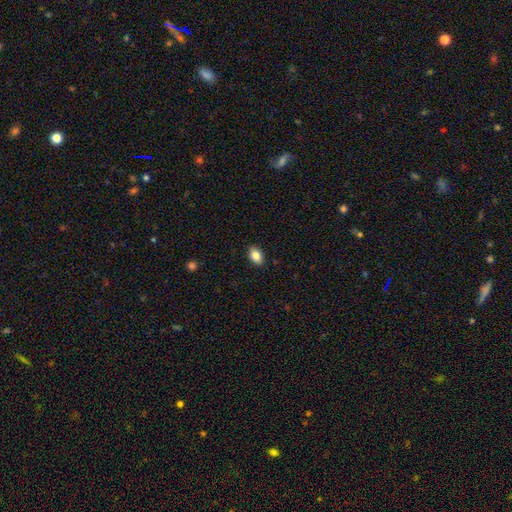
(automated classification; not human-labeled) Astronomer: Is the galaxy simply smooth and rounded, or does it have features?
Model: smooth — 84%.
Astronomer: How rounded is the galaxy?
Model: in between — 86%.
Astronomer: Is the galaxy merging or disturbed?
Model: none — 89%.